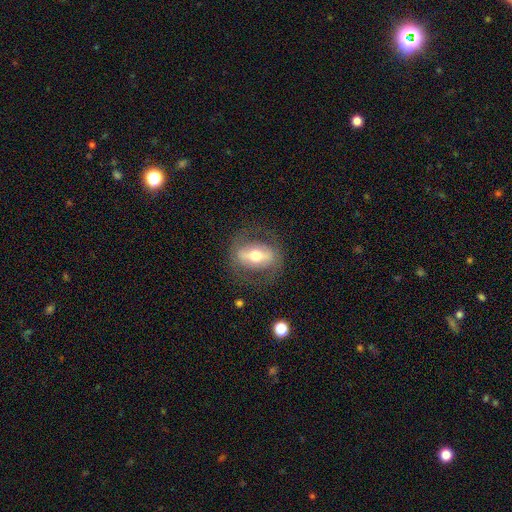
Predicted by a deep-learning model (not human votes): featured or disk 59%, smooth 34%, star or artifact 7%. Down the decision tree: edge-on disk — no (80%); merging — none (76%).